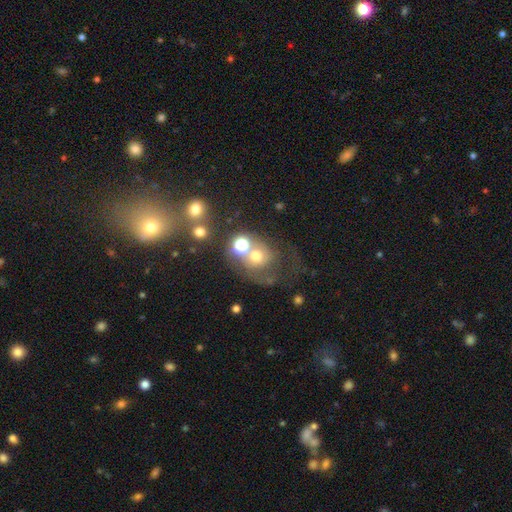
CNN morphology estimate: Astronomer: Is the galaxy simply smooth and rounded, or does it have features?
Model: smooth — 54%.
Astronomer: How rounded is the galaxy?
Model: round — 71%.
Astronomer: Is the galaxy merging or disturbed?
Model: none — 32%, tied with merger at 32%.